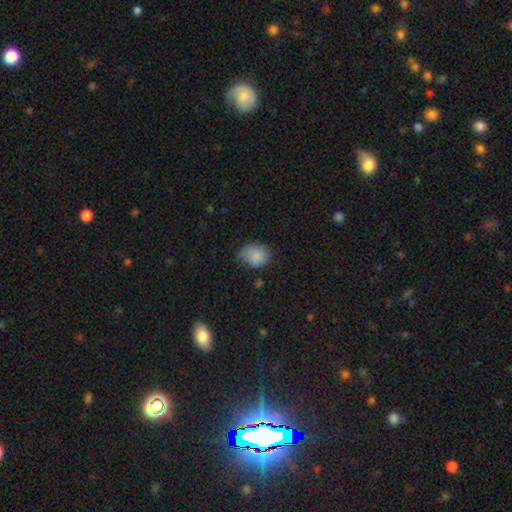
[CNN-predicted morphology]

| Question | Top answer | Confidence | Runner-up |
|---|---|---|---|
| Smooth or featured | smooth | 83% | star or artifact (9%) |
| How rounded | in between | 58% | round (41%) |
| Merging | none | 54% | minor disturbance (35%) |